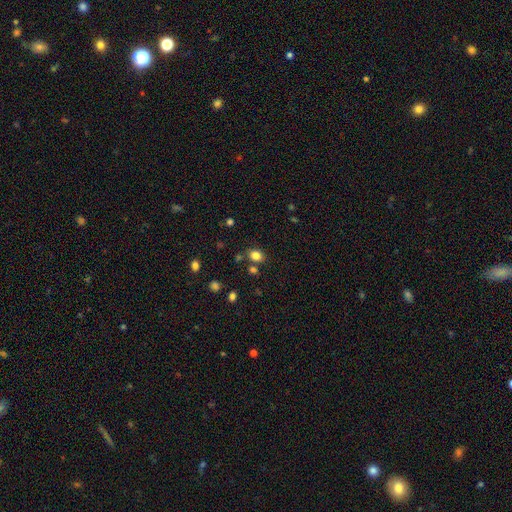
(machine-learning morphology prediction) A smooth galaxy with no disk features (82%) that is in between round and cigar-shaped (62%). Merging: none (75%).